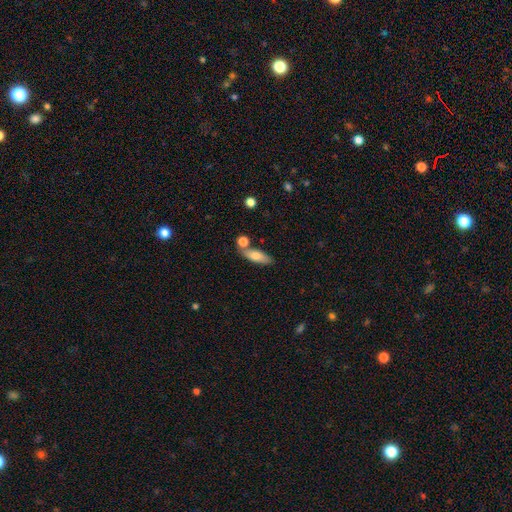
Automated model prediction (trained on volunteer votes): Q: Smooth or featured?
A: smooth (75%); runner-up: featured or disk (18%)
Q: How rounded?
A: in between (61%); runner-up: cigar-shaped (36%)
Q: Merging?
A: none (64%); runner-up: merger (17%)